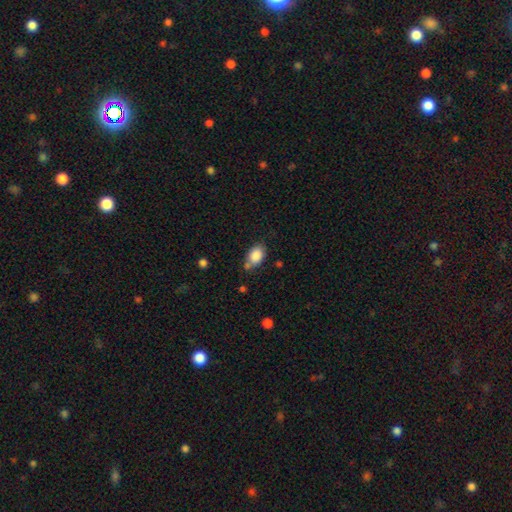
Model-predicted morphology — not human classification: Smooth or featured?
  - smooth: 86% *
  - star or artifact: 8%
  - featured or disk: 6%
How rounded?
  - in between: 85% *
  - round: 14%
  - cigar-shaped: 2%
Merging?
  - none: 61% *
  - minor disturbance: 23%
  - merger: 10%
  - major disturbance: 6%